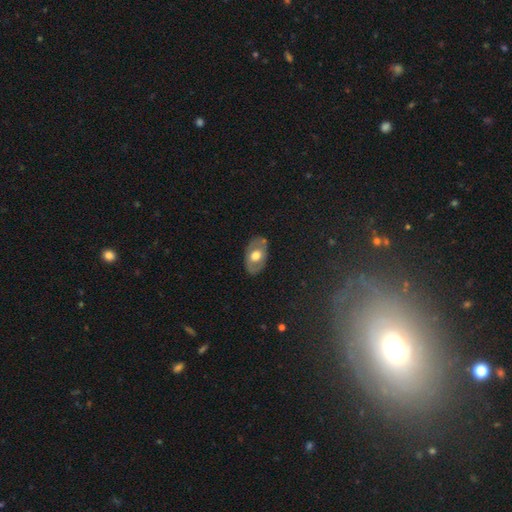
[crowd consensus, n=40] Smooth or featured?
  - featured or disk: 52% *
  - smooth: 48%
  - star or artifact: 0%
Edge-on disk?
  - no: 76% *
  - yes: 24%
Bar?
  - no: 88% *
  - weak: 12%
  - strong: 0%
Spiral arms?
  - no: 56% *
  - yes: 44%
Bulge size?
  - moderate: 50% *
  - large: 38%
  - dominant: 6%
  - small: 6%
  - none: 0%
Merging?
  - none: 88% *
  - minor disturbance: 12%
  - major disturbance: 0%
  - merger: 0%